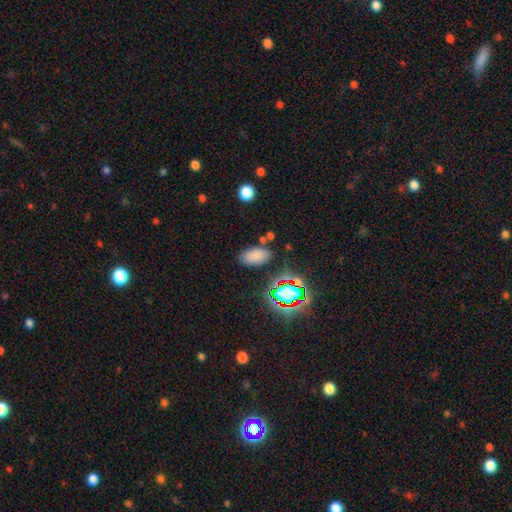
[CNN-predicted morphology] A smooth galaxy with no disk features (77%) that is in between round and cigar-shaped (93%).

Vote fractions:
- Smooth or featured? smooth: 77% / star or artifact: 15% / featured or disk: 7%
- How rounded? in between: 93% / round: 4% / cigar-shaped: 3%
- Merging? none: 81% / minor disturbance: 12% / merger: 4% / major disturbance: 4%